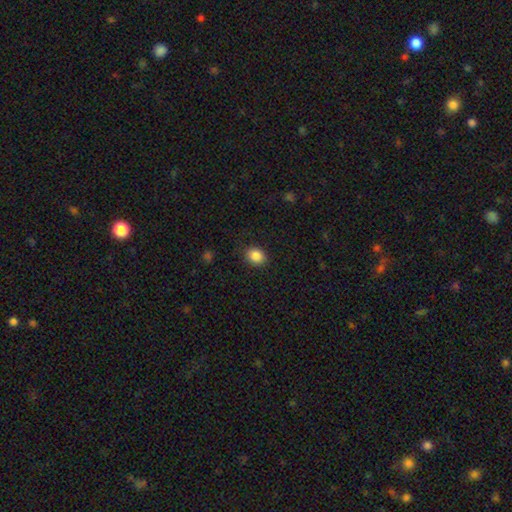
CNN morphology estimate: Smooth or featured: smooth — 87% (star or artifact — 9%)
How rounded: round — 55% (in between — 44%)
Merging: none — 87% (minor disturbance — 9%)